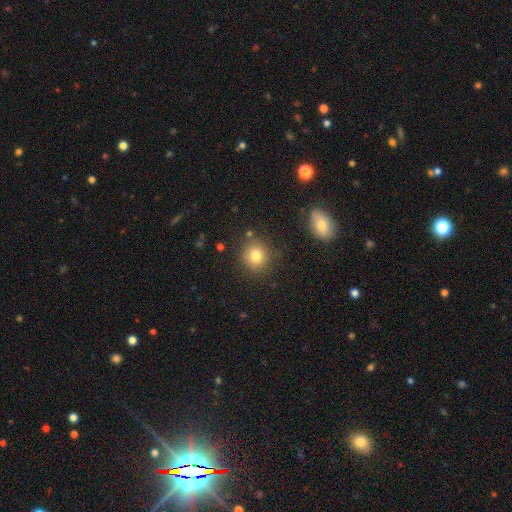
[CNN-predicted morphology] Overall: smooth (82%). How rounded: round (87%). Merging: none (83%).